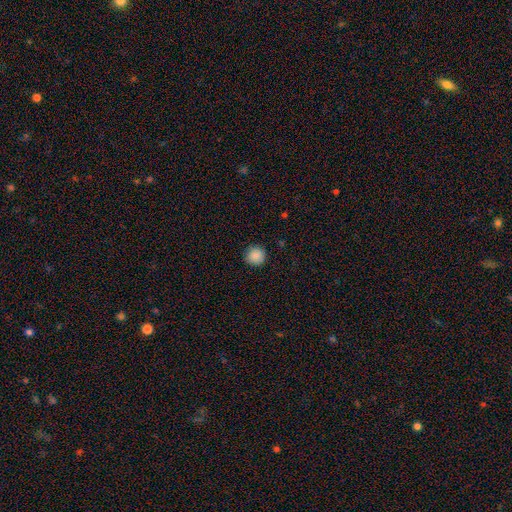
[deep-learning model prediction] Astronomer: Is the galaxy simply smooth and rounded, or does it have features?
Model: smooth — 88%.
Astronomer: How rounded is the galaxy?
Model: round — 93%.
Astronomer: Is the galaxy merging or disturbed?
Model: none — 88%.